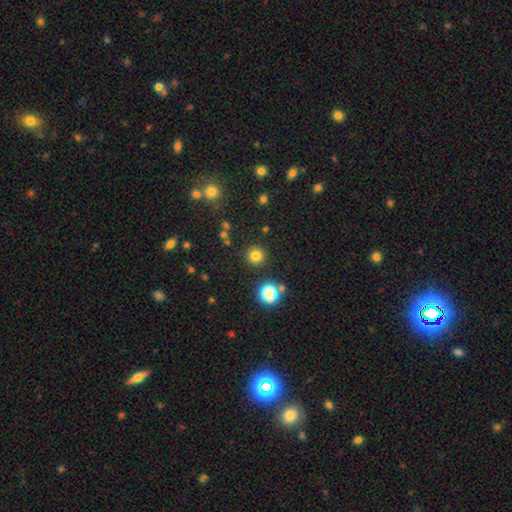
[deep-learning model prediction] A smooth galaxy with no disk features (77%) that is round (95%). Merging: none (89%).